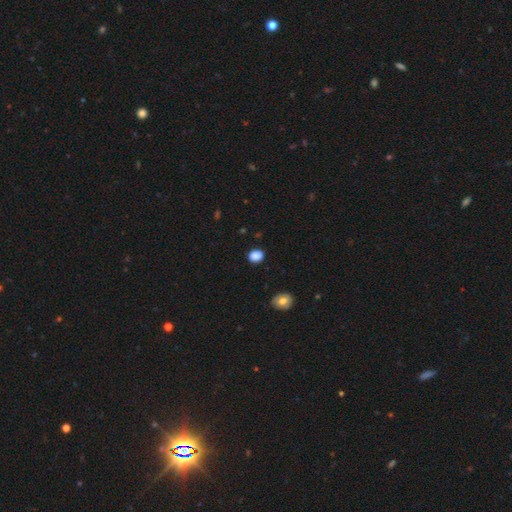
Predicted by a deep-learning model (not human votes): smooth-or-featured: smooth: 87% | star or artifact: 10% | featured or disk: 4%
  how-rounded: round: 50% | in between: 49% | cigar-shaped: 1%
  merging: none: 86% | minor disturbance: 10% | major disturbance: 2% | merger: 1%